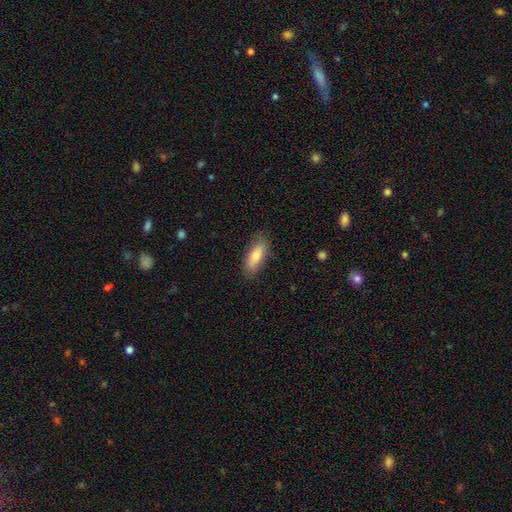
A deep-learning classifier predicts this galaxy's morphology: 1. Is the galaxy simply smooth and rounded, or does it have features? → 72% smooth, 21% featured or disk, 6% star or artifact.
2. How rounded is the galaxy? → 62% in between, 35% cigar-shaped, 2% round.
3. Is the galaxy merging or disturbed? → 85% none, 12% minor disturbance, 2% major disturbance, 1% merger.